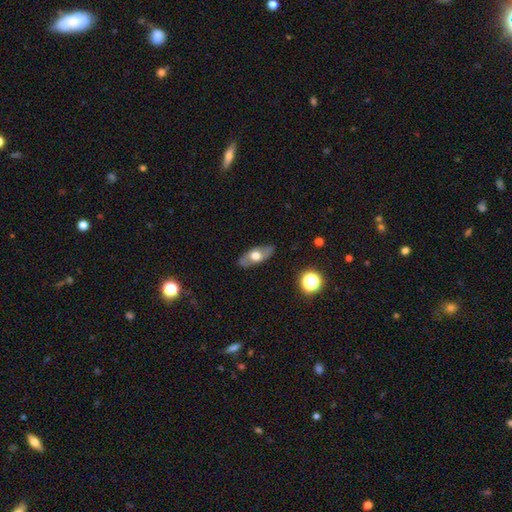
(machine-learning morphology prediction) type=smooth (48%); merging=none (84%).